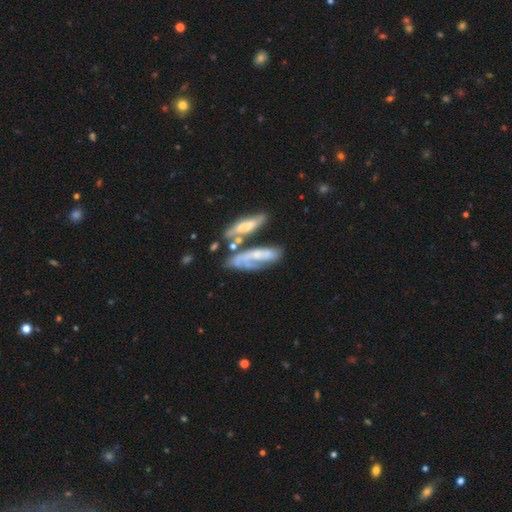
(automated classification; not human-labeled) featured or disk 66%, smooth 26%, star or artifact 8%. Down the decision tree: edge-on disk — no (76%); merging — merger (38%).